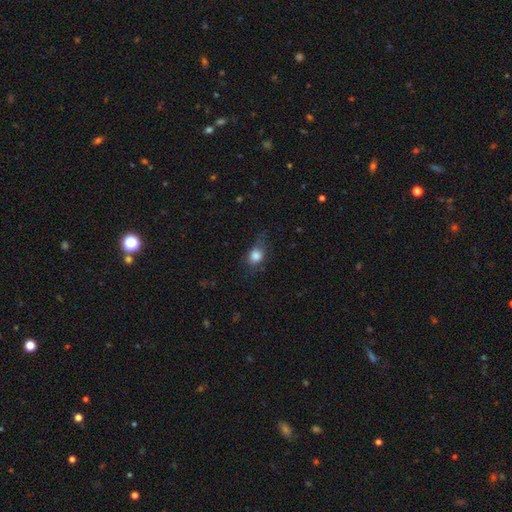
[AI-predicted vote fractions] smooth 80%, featured or disk 10%, star or artifact 10%. Down the decision tree: how rounded — round (53%); merging — none (54%).